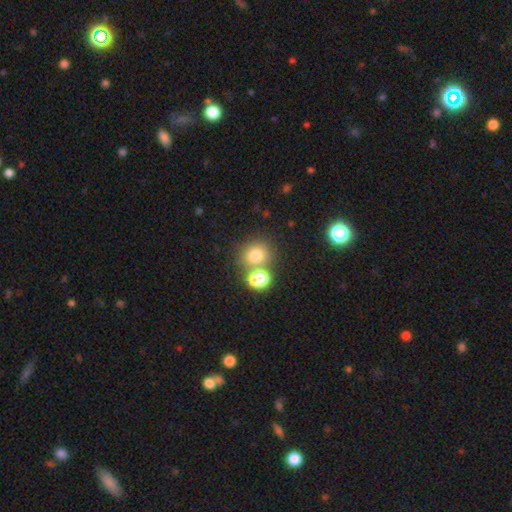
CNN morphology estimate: Smooth or featured? Predicted: smooth (p=0.74). How rounded? Predicted: round (p=0.75). Merging? Predicted: none (p=0.53).